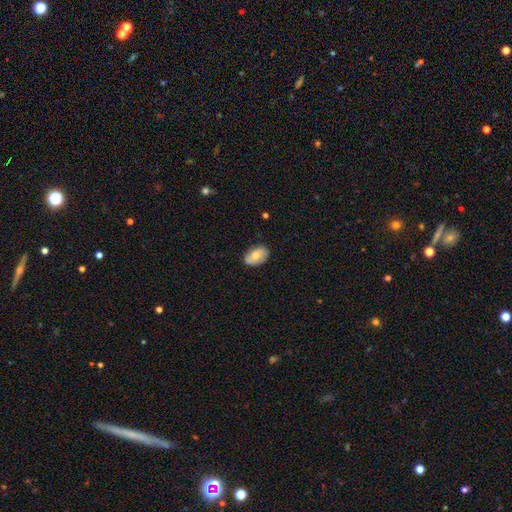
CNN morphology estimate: This appears to be a smooth galaxy with no disk features (68%) that is in between round and cigar-shaped (89%). Merging: none (77%).